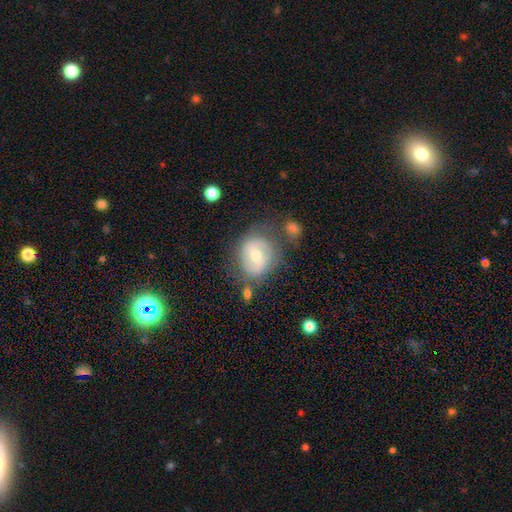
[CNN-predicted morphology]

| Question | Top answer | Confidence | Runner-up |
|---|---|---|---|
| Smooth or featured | featured or disk | 55% | smooth (39%) |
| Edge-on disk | no | 96% | yes (4%) |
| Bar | weak | 44% | no (38%) |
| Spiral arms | yes | 64% | no (36%) |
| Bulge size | moderate | 60% | small (34%) |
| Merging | none | 57% | minor disturbance (22%) |